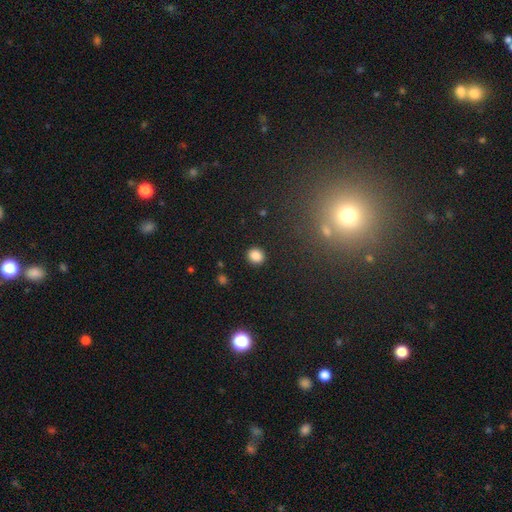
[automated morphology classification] smooth 86%, star or artifact 10%, featured or disk 4%. Down the decision tree: how rounded — round (78%); merging — none (91%).